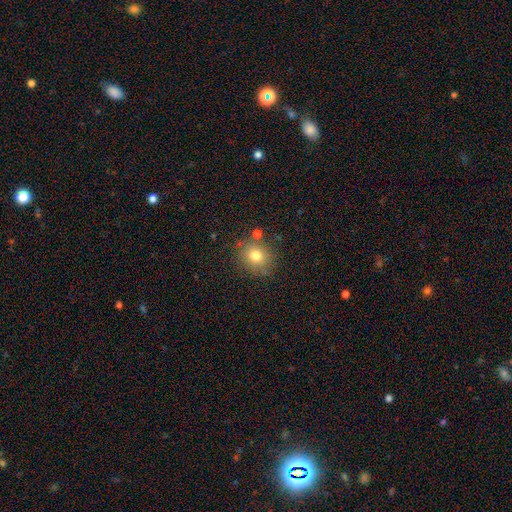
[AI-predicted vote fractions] smooth_or_featured: smooth (p=0.76) [alt: star or artifact p=0.14]
how_rounded: round (p=0.79) [alt: in between p=0.20]
merging: none (p=0.79) [alt: minor disturbance p=0.11]